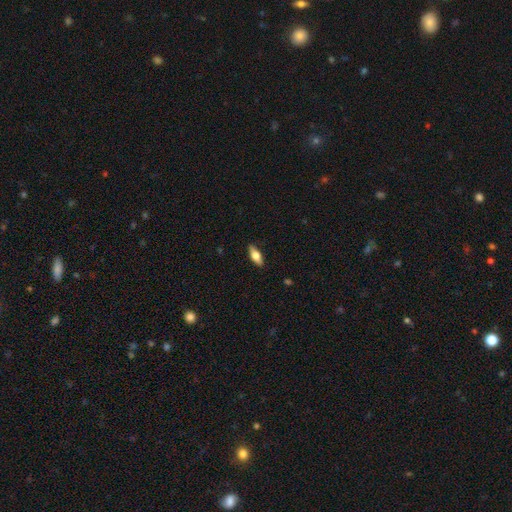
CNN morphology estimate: This is possibly a smooth galaxy (60%). How rounded: likely in between (74%). Merging: clearly none (88%).